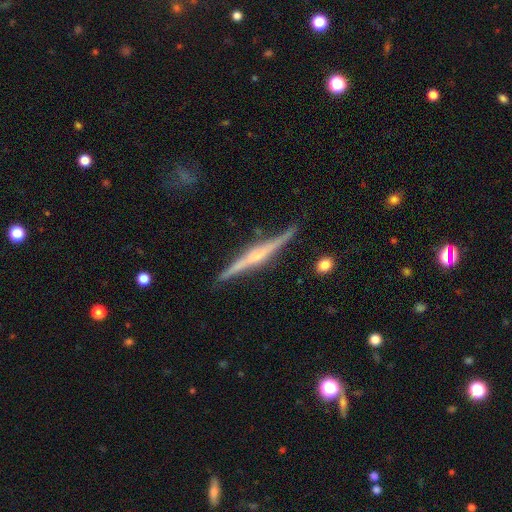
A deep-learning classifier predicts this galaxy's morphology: A featured or disk galaxy (81%) viewed edge-on (98%) with a rounded central bulge (62%).

Vote fractions:
- Smooth or featured? featured or disk: 81% / smooth: 14% / star or artifact: 5%
- Edge-on disk? yes: 98% / no: 2%
- Edge-on bulge? rounded: 62% / boxy: 20% / none: 18%
- Merging? none: 85% / minor disturbance: 11% / major disturbance: 2% / merger: 2%